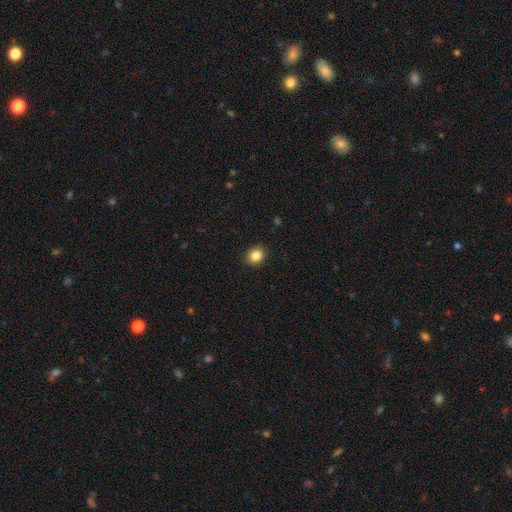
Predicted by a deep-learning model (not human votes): Smooth or featured? Predicted: smooth (p=0.86). How rounded? Predicted: round (p=0.68). Merging? Predicted: none (p=0.91).